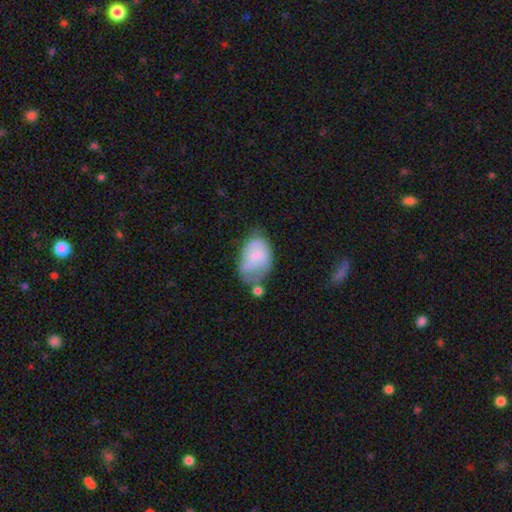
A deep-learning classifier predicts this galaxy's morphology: Q: Smooth or featured?
A: smooth (58%); runner-up: featured or disk (35%)
Q: How rounded?
A: in between (84%); runner-up: round (14%)
Q: Merging?
A: minor disturbance (35%); runner-up: none (31%)